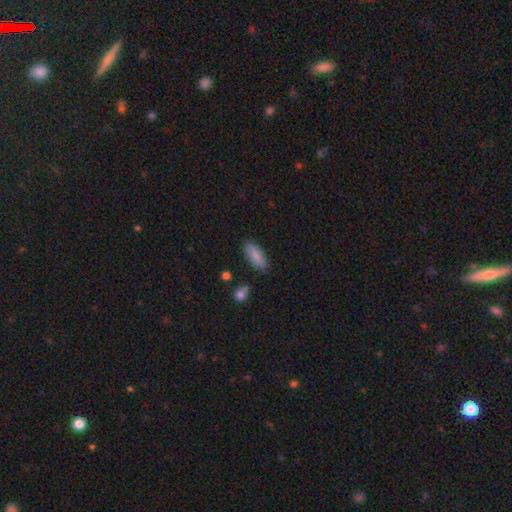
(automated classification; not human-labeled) smooth-or-featured: smooth: 85% | featured or disk: 8% | star or artifact: 6%
  how-rounded: in between: 77% | cigar-shaped: 21% | round: 2%
  merging: none: 82% | minor disturbance: 13% | major disturbance: 3% | merger: 2%